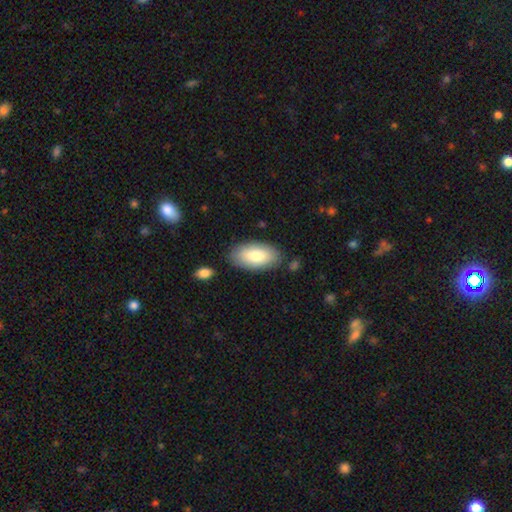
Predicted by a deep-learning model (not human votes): Smooth or featured?
  - smooth: 79% *
  - featured or disk: 15%
  - star or artifact: 6%
How rounded?
  - in between: 94% *
  - cigar-shaped: 3%
  - round: 2%
Merging?
  - none: 83% *
  - minor disturbance: 11%
  - merger: 3%
  - major disturbance: 3%